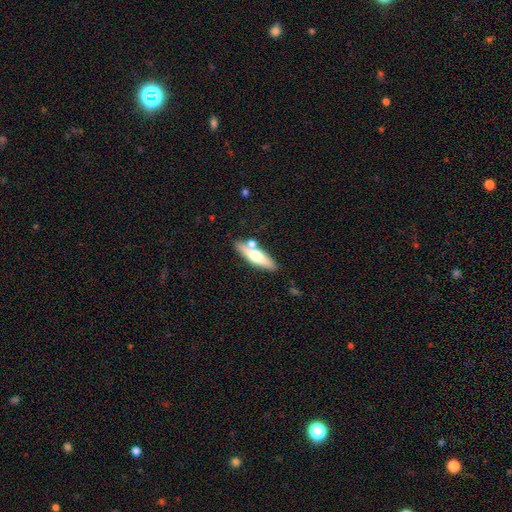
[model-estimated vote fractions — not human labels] Overall: smooth (54%; featured or disk 40%). How rounded: cigar-shaped (59%; in between 38%). Merging: none (72%).